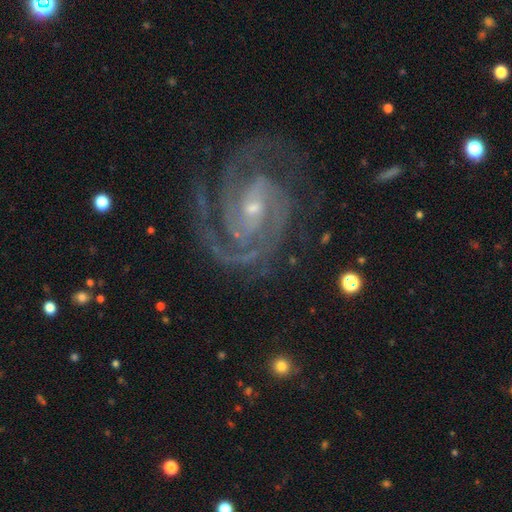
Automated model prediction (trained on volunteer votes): Smooth or featured? Predicted: featured or disk (p=0.92). Edge-on disk? Predicted: no (p=0.98). Bar? Predicted: weak (p=0.39). Spiral arms? Predicted: yes (p=0.99). Spiral winding? Predicted: tight (p=0.70). Spiral arm count? Predicted: 2 (p=0.71). Bulge size? Predicted: small (p=0.76). Merging? Predicted: none (p=0.78).